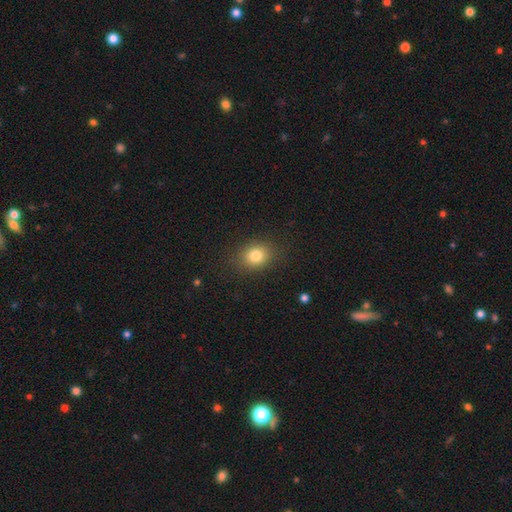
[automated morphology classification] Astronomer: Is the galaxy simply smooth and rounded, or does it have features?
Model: smooth — 81%.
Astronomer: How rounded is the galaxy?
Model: round — 57% (runner-up: in between, 42%).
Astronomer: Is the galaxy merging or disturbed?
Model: none — 86%.